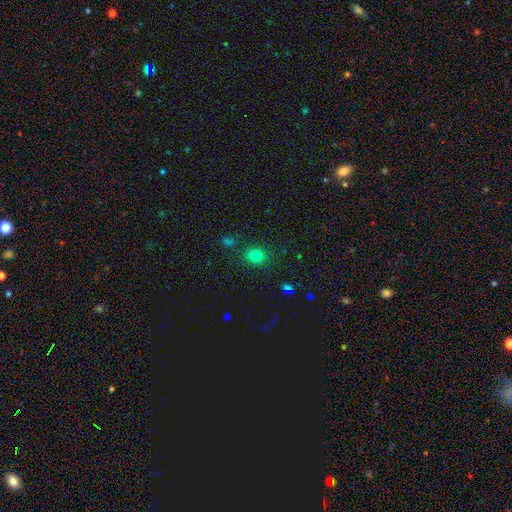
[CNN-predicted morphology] Overall: smooth (80%). How rounded: round (66%; in between 33%). Merging: none (84%).